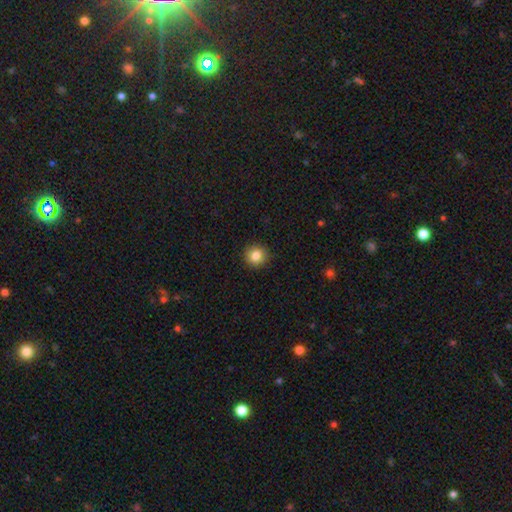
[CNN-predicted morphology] A smooth galaxy with no disk features (84%) that is round (92%).

Vote fractions:
- Smooth or featured? smooth: 84% / star or artifact: 10% / featured or disk: 6%
- How rounded? round: 92% / in between: 7% / cigar-shaped: 1%
- Merging? none: 91% / minor disturbance: 6% / major disturbance: 2% / merger: 1%